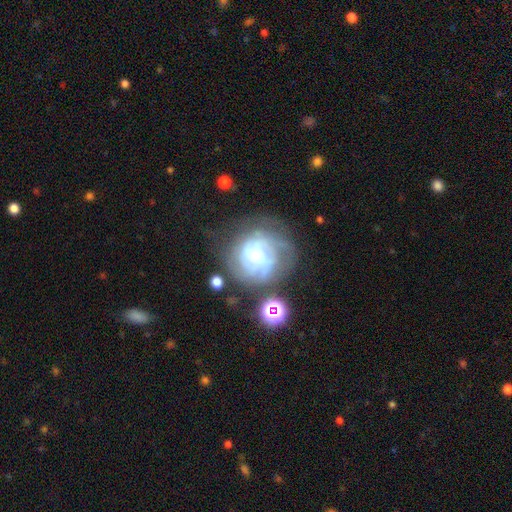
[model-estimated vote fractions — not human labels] Smooth or featured? Predicted: featured or disk (p=0.71). Edge-on disk? Predicted: no (p=0.97). Bar? Predicted: no (p=0.62). Spiral arms? Predicted: yes (p=0.84). Spiral winding? Predicted: tight (p=0.55). Spiral arm count? Predicted: can't tell (p=0.46). Bulge size? Predicted: moderate (p=0.53). Merging? Predicted: none (p=0.56).